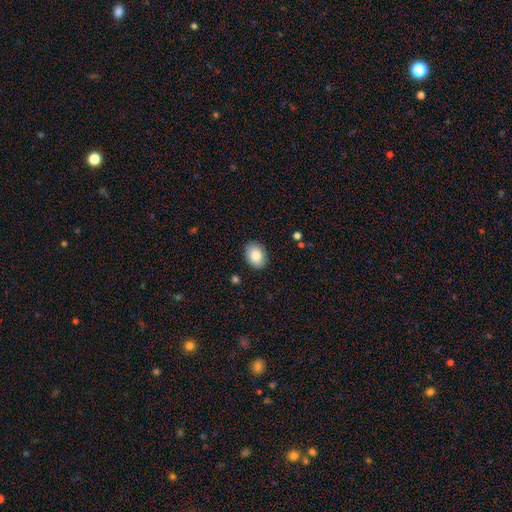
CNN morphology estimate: A smooth galaxy with no disk features (86%) that is in between round and cigar-shaped (78%). Merging: none (88%).